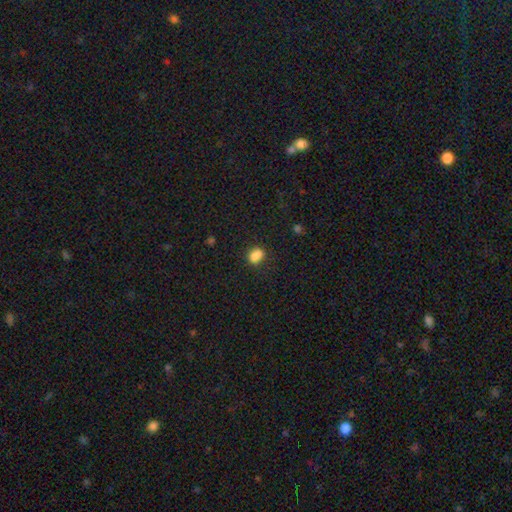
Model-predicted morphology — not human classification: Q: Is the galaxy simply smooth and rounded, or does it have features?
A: smooth — 82%.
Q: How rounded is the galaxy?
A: in between — 58%.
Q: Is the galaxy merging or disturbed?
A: none — 56%.